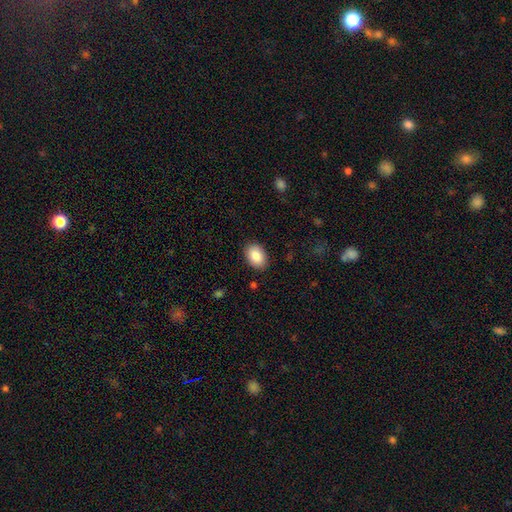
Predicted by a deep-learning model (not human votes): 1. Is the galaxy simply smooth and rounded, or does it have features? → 88% smooth, 7% star or artifact, 6% featured or disk.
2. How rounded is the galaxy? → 87% in between, 12% round, 1% cigar-shaped.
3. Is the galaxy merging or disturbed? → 88% none, 9% minor disturbance, 2% major disturbance, 1% merger.